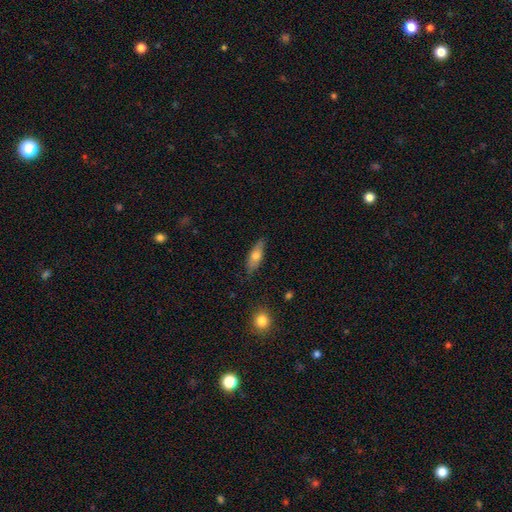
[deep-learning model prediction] Smooth or featured: smooth — 64% (featured or disk — 30%)
How rounded: in between — 60% (cigar-shaped — 37%)
Merging: none — 81% (minor disturbance — 15%)